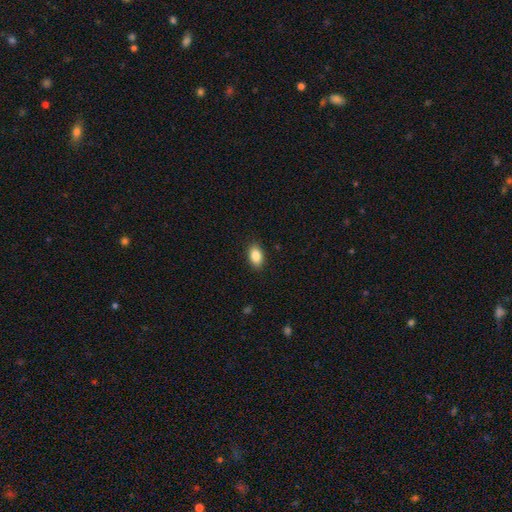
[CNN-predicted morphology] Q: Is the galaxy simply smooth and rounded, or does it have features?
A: smooth — 87%.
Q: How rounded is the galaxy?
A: in between — 90%.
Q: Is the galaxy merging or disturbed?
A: none — 89%.